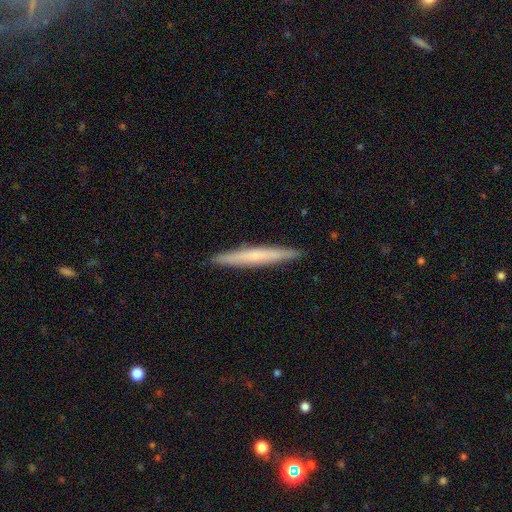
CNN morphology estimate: Smooth or featured? smooth (54%)
How rounded? cigar-shaped (97%)
Merging? none (92%)